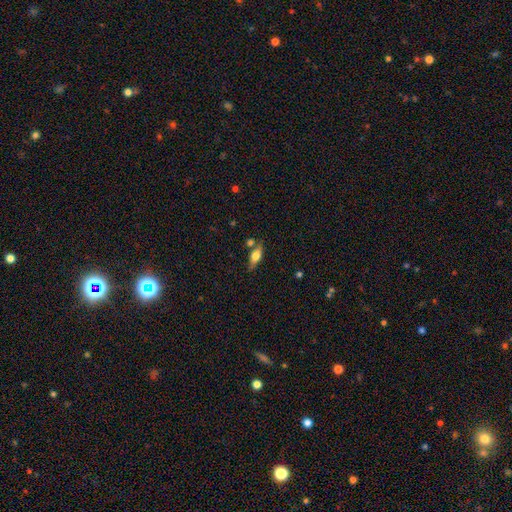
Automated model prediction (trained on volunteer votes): Smooth or featured? Predicted: smooth (p=0.49). Merging? Predicted: none (p=0.70).